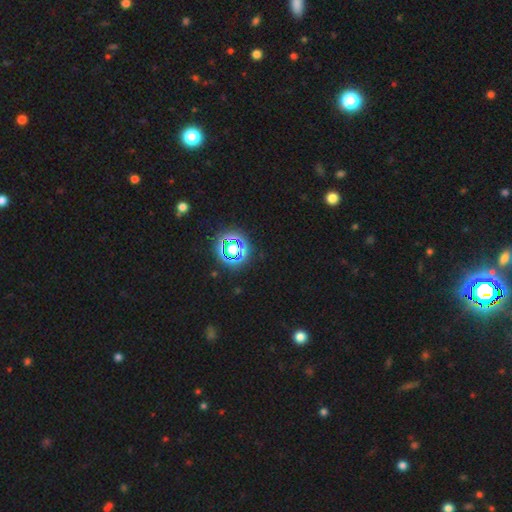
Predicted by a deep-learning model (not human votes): A star or artifact, not a galaxy (77%).